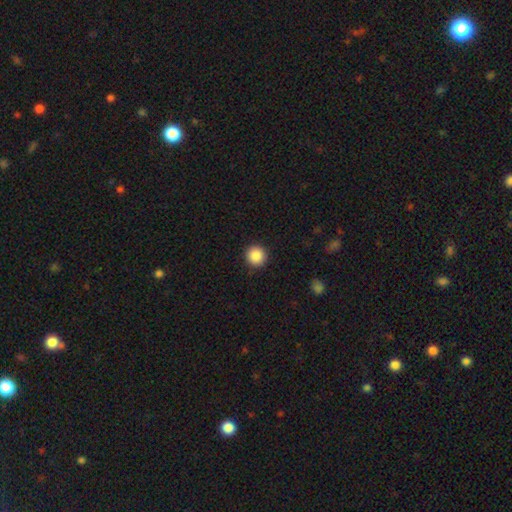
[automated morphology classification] Smooth or featured? smooth (87%)
How rounded? round (95%)
Merging? none (93%)